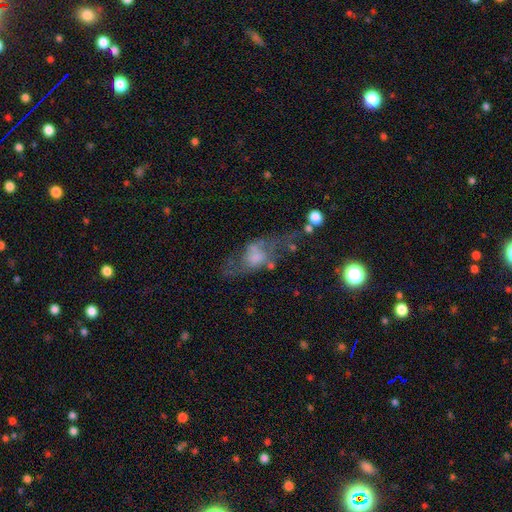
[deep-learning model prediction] Smooth or featured? Predicted: featured or disk (p=0.55). Edge-on disk? Predicted: no (p=0.88). Merging? Predicted: major disturbance (p=0.39).